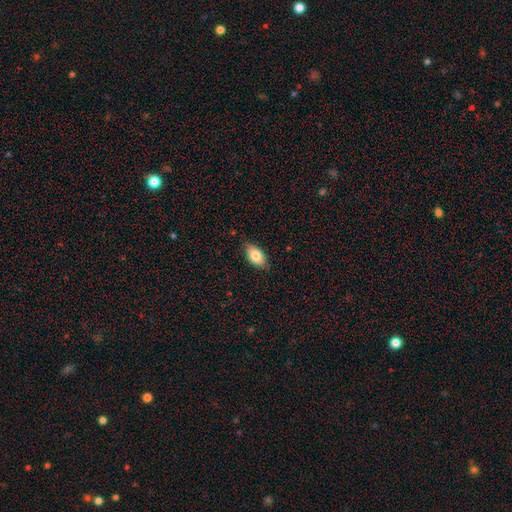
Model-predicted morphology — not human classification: smooth 80%, featured or disk 13%, star or artifact 7%. Down the decision tree: how rounded — in between (92%); merging — none (79%).